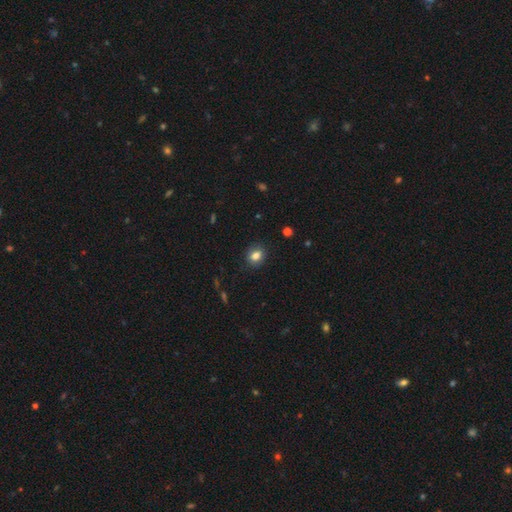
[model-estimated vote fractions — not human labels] The model was most divided on "how rounded": round: 50%, in between: 49%, cigar-shaped: 1%. More confident: merging — none (87%); smooth or featured — smooth (82%).